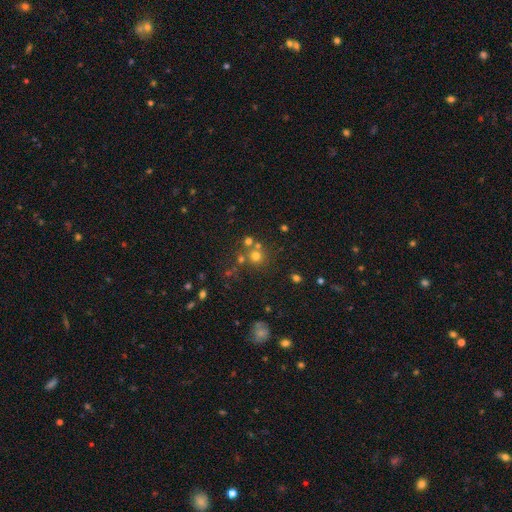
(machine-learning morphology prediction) smooth_or_featured: smooth (p=0.49) [alt: star or artifact p=0.40]
merging: none (p=0.63) [alt: merger p=0.25]